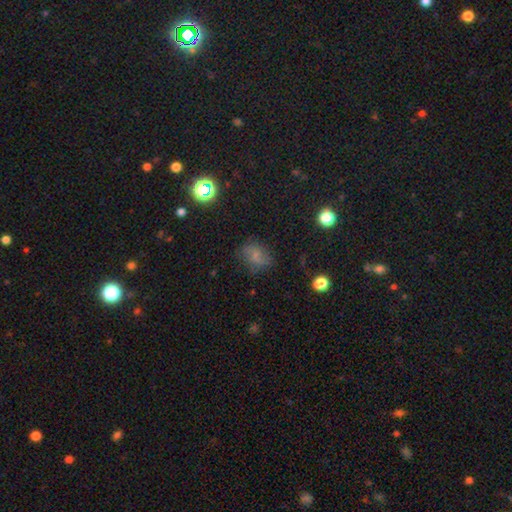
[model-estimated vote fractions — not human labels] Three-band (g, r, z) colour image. It shows a smooth galaxy with no disk features (62%) that is in between round and cigar-shaped (59%). Merging: none (69%).